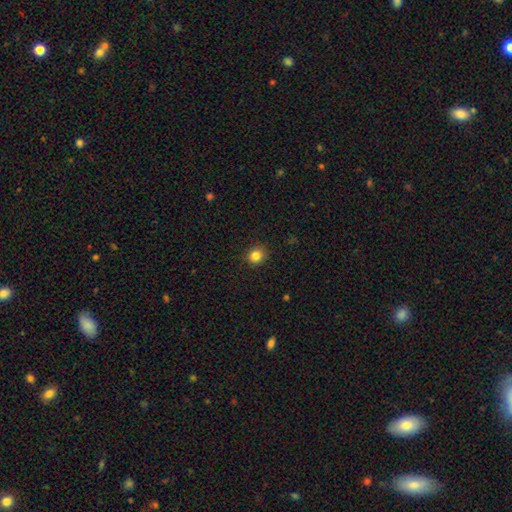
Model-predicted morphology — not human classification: The model was most divided on "smooth or featured": smooth: 83%, star or artifact: 12%, featured or disk: 5%. More confident: merging — none (91%); how rounded — round (88%).